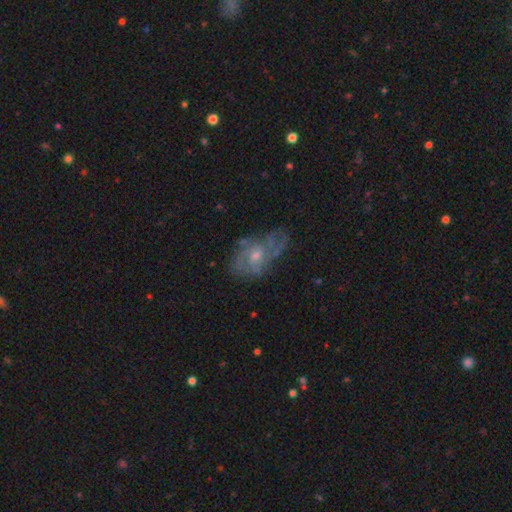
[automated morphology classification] smooth_or_featured: featured or disk (p=0.70) [alt: smooth p=0.21]
disk_edge_on: no (p=0.95) [alt: yes p=0.05]
bar: no (p=0.71) [alt: weak p=0.25]
has_spiral_arms: yes (p=0.73) [alt: no p=0.27]
bulge_size: small (p=0.51) [alt: moderate p=0.43]
merging: none (p=0.55) [alt: minor disturbance p=0.25]